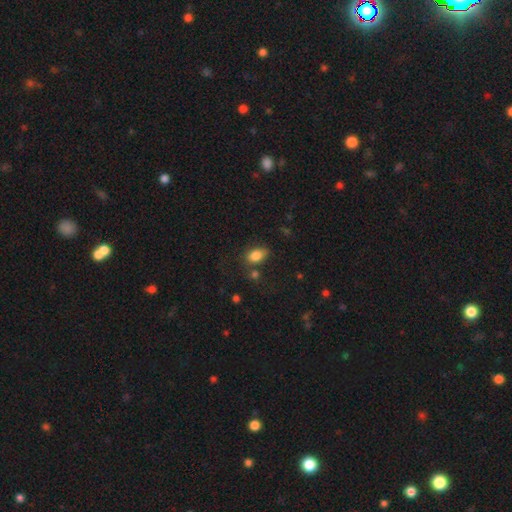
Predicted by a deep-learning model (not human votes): smooth 84%, star or artifact 9%, featured or disk 7%. Down the decision tree: how rounded — in between (83%); merging — none (64%).